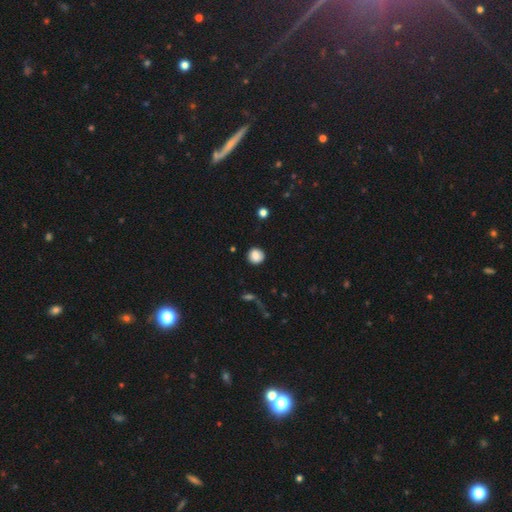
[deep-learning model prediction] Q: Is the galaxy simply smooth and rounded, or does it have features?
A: smooth — 86%.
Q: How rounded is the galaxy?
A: round — 91%.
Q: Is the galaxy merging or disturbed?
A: none — 87%.